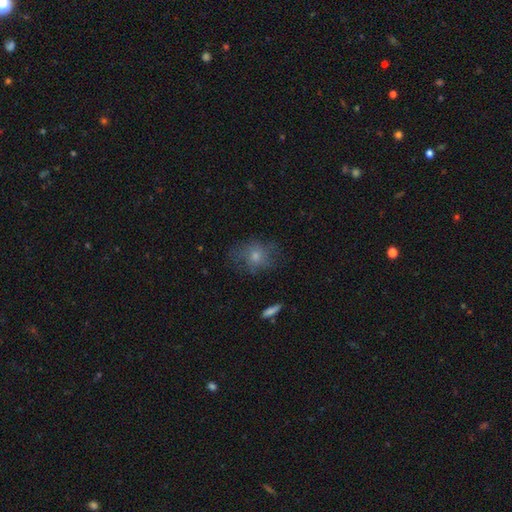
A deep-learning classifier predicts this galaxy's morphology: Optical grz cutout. It shows a smooth galaxy with no disk features (46%). Merging: none (68%).